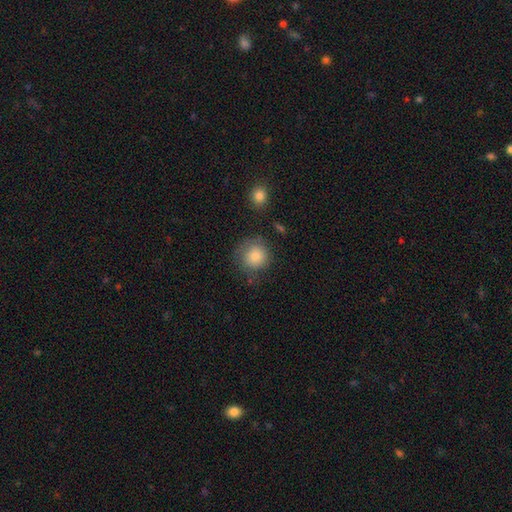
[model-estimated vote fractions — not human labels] Smooth or featured: smooth — 81% (featured or disk — 10%)
How rounded: round — 90% (in between — 9%)
Merging: none — 69% (minor disturbance — 20%)